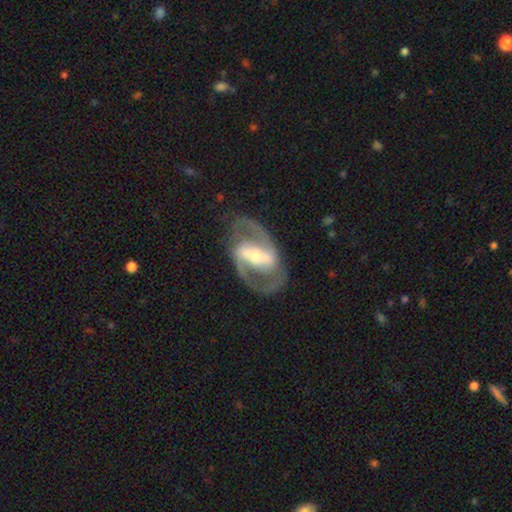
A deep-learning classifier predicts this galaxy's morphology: Smooth or featured? featured or disk (87%)
Edge-on disk? no (95%)
Bar? strong (67%)
Spiral arms? yes (87%)
Spiral winding? medium (55%)
Spiral arm count? 2 (90%)
Bulge size? moderate (48%)
Merging? none (75%)